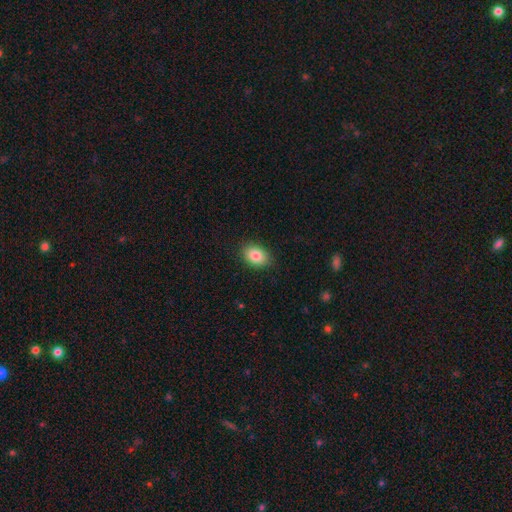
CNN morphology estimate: This appears to be a smooth galaxy with no disk features (84%) that is in between round and cigar-shaped (78%). Merging: none (88%).